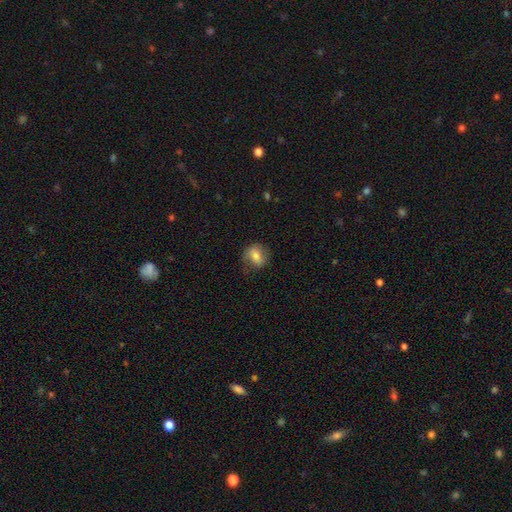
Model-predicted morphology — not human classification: A smooth galaxy with no disk features (69%) that is in between round and cigar-shaped (50%). Merging: none (66%).